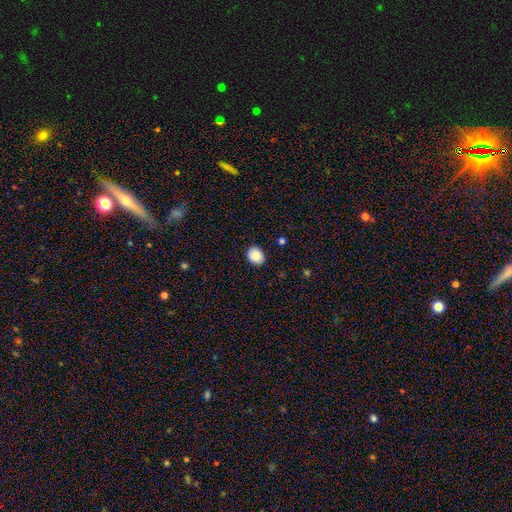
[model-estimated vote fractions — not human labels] smooth 88%, star or artifact 8%, featured or disk 4%. Down the decision tree: how rounded — round (56%); merging — none (90%).